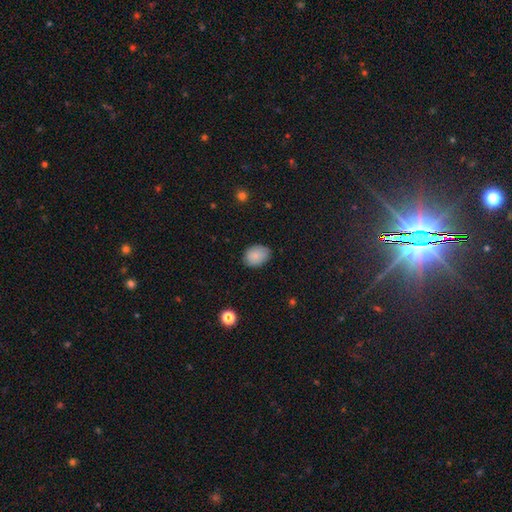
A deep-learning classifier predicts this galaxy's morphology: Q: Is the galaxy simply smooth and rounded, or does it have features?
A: smooth — 85%.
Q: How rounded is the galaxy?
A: in between — 67%.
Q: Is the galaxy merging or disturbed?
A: none — 81%.